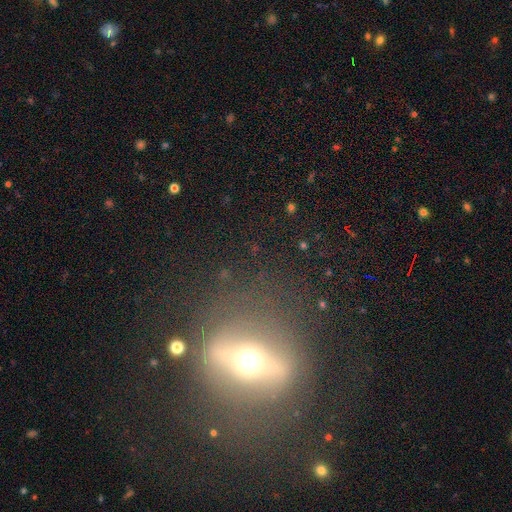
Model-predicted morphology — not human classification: Overall: featured or disk (67%). Edge-on disk: yes (58%; no 42%). Merging: none (73%).